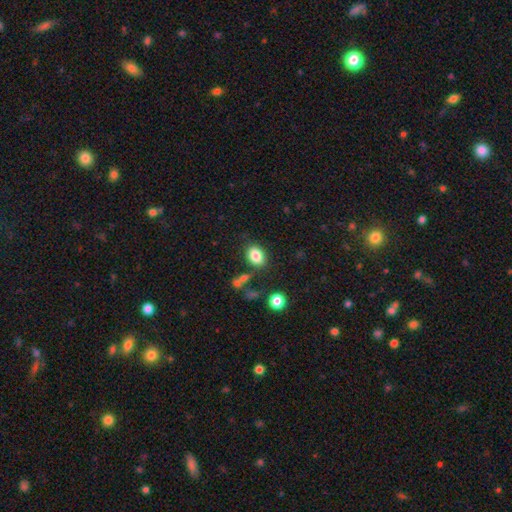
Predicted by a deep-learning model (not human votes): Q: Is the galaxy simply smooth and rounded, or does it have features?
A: smooth — 83%.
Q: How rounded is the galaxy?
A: in between — 77%.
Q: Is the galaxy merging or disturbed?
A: none — 78%.